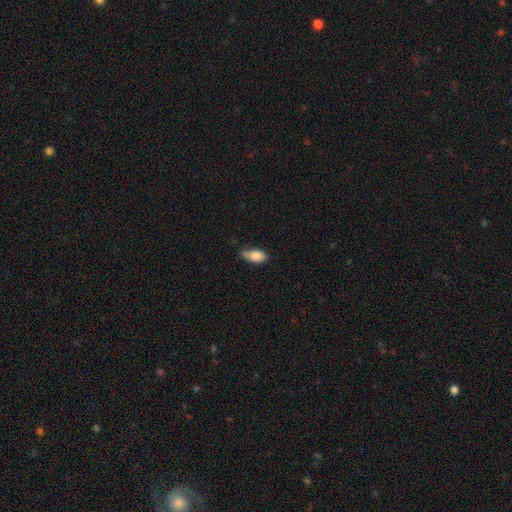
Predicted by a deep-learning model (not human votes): Smooth or featured? Predicted: smooth (p=0.84). How rounded? Predicted: in between (p=0.90). Merging? Predicted: none (p=0.48).